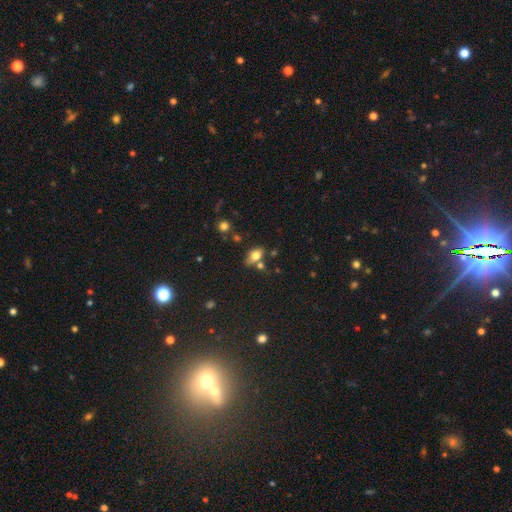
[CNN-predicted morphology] Overall: smooth (74%). How rounded: in between (84%). Merging: none (58%; merger 21%).